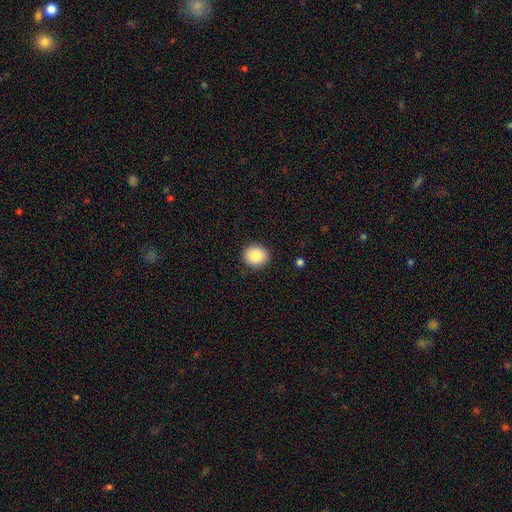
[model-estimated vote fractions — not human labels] A smooth galaxy with no disk features (88%) that is round (87%). Merging: none (91%).